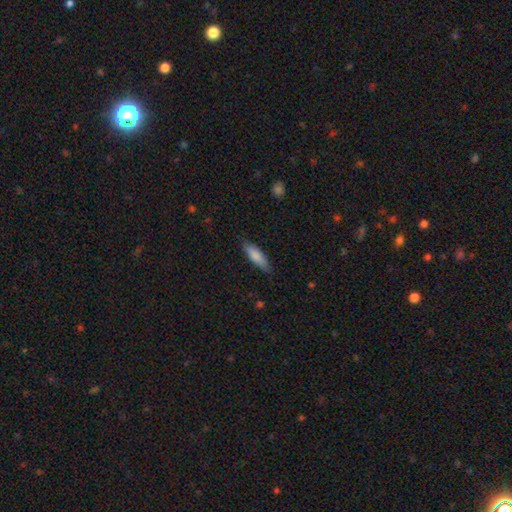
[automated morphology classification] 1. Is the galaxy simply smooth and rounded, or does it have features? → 81% smooth, 13% featured or disk, 6% star or artifact.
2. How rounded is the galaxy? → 56% cigar-shaped, 42% in between, 2% round.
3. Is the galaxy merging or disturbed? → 82% none, 14% minor disturbance, 3% major disturbance, 1% merger.